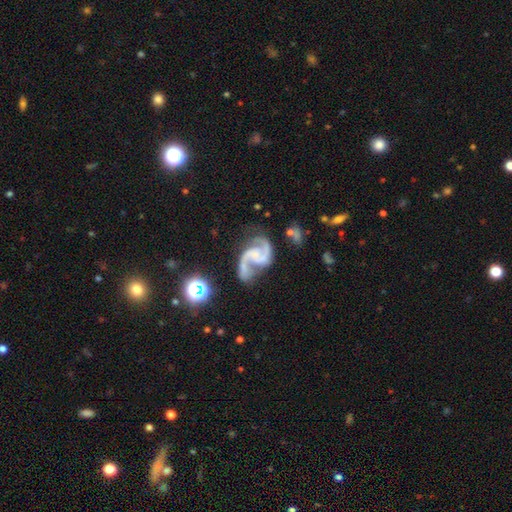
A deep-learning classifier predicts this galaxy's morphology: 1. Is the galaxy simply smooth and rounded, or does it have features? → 92% featured or disk, 5% star or artifact, 3% smooth.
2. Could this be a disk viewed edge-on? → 98% no, 2% yes.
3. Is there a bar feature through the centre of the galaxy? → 52% no, 35% weak, 12% strong.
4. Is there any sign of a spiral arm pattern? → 98% yes, 2% no.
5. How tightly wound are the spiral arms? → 52% medium, 37% loose, 10% tight.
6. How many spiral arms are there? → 90% 2, 4% 3, 2% 1, 2% can't tell, 1% 4, 1% more than 4.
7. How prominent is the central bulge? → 43% none, 41% small, 13% moderate, 2% large, 1% dominant.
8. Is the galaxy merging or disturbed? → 56% none, 21% minor disturbance, 16% major disturbance, 8% merger.